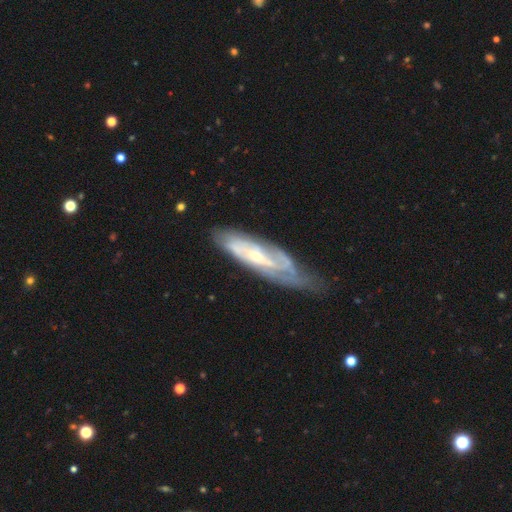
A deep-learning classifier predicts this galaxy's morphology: featured or disk 79%, smooth 16%, star or artifact 6%. Down the decision tree: edge-on disk — no (79%); bar — no (57%); spiral arms — yes (85%); spiral arm count — can't tell (49%); spiral winding — tight (58%); bulge size — small (65%); merging — none (49%).